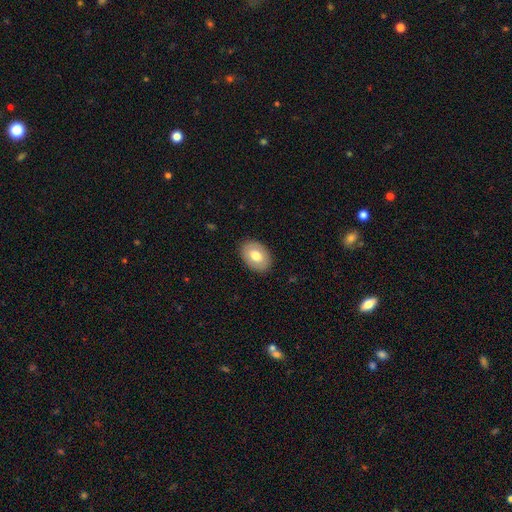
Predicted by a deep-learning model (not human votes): A smooth galaxy with no disk features (73%) that is in between round and cigar-shaped (80%). Merging: none (88%).